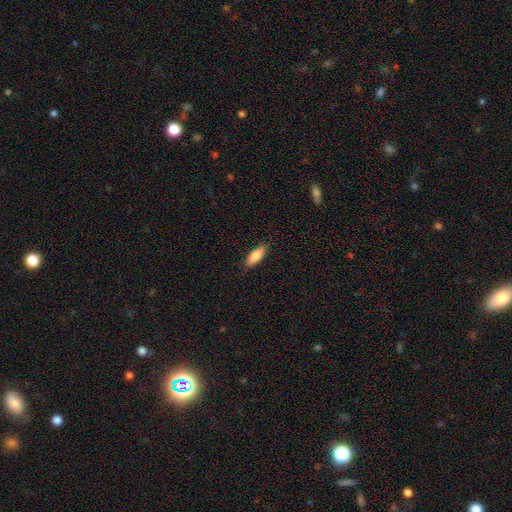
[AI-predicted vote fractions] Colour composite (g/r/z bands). It shows a smooth galaxy with no disk features (82%) that is in between round and cigar-shaped (58%). Merging: none (86%).